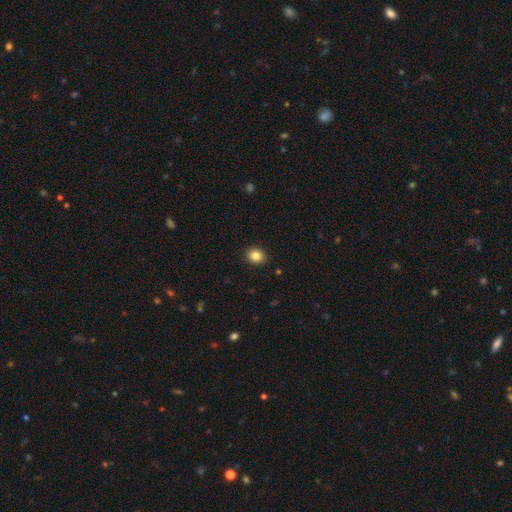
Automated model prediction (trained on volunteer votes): This is clearly a smooth galaxy (85%). How rounded: likely round (67%). Merging: clearly none (91%).